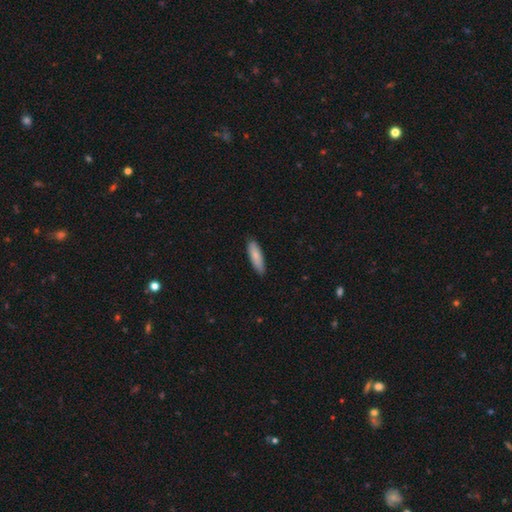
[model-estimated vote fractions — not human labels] smooth 84%, featured or disk 11%, star or artifact 5%. Down the decision tree: how rounded — cigar-shaped (59%); merging — none (87%).